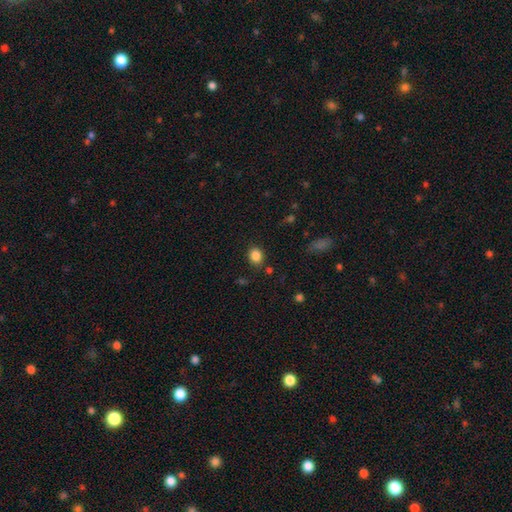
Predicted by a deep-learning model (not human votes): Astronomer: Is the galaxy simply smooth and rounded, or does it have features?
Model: smooth — 86%.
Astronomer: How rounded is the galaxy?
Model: round — 53% (runner-up: in between, 46%).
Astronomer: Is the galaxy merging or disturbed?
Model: none — 84%.